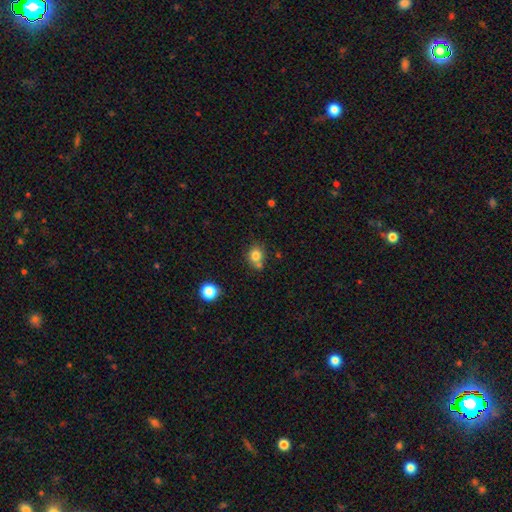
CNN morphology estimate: Smooth or featured: smooth — 81% (star or artifact — 12%)
How rounded: round — 72% (in between — 27%)
Merging: none — 59% (merger — 20%)